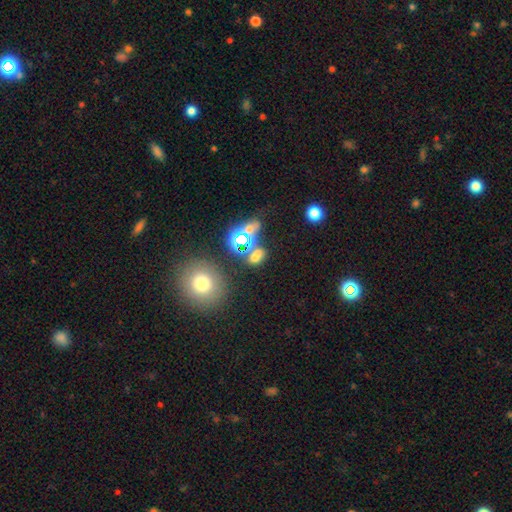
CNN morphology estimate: type=smooth (51%); roundness=in between (60%); merging=none (56%).